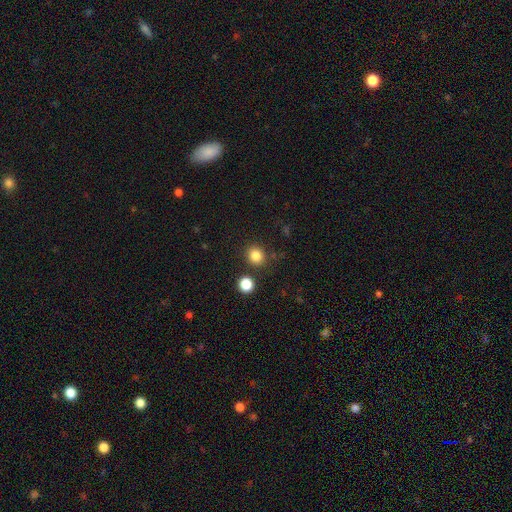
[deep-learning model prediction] Overall: smooth (83%). How rounded: round (87%). Merging: none (84%).